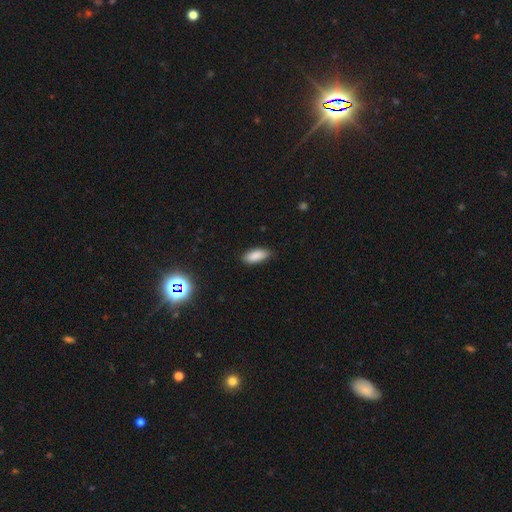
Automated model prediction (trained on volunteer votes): The model was most divided on "how rounded": in between: 81%, cigar-shaped: 17%, round: 2%. More confident: smooth or featured — smooth (88%); merging — none (85%).